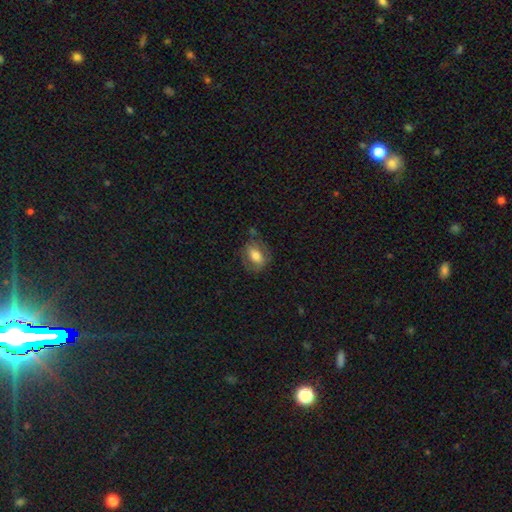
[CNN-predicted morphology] smooth 65%, featured or disk 27%, star or artifact 8%. Down the decision tree: how rounded — in between (74%); merging — none (64%).